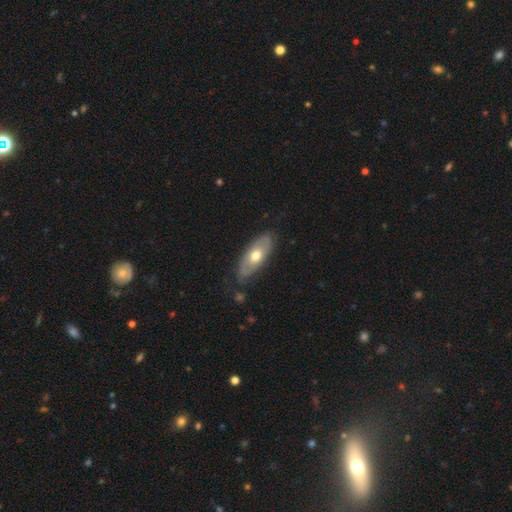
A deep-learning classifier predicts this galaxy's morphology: Overall: smooth (48%; featured or disk 47%). Merging: none (78%).